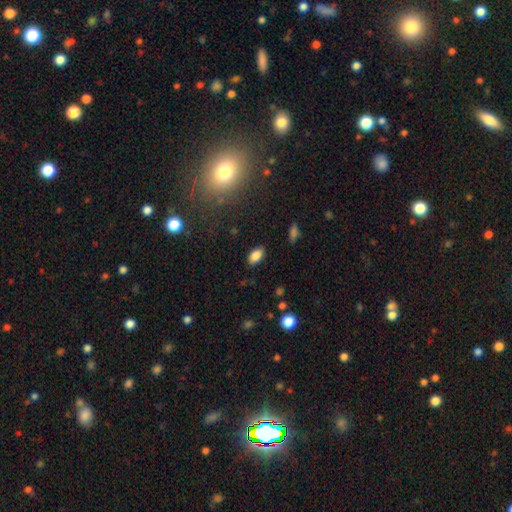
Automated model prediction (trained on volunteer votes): Morphology: type=smooth (85%); roundness=in between (92%); merging=none (86%).